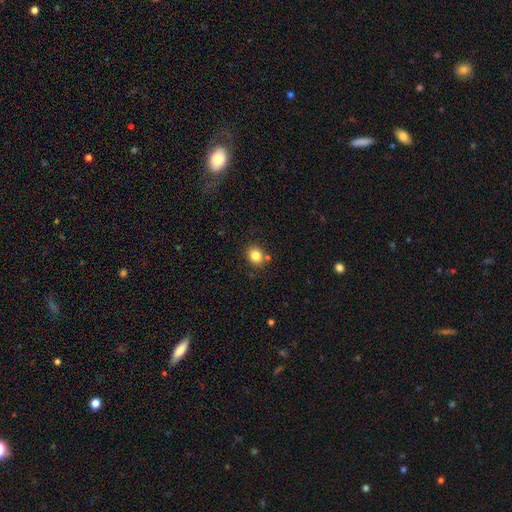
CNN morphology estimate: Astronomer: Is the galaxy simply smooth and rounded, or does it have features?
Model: smooth — 83%.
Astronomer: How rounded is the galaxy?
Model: round — 67%.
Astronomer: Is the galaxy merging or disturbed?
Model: none — 80%.